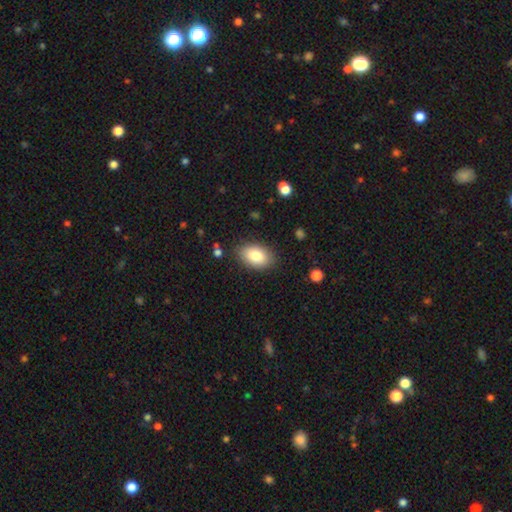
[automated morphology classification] type=smooth (83%); roundness=in between (90%); merging=none (85%).